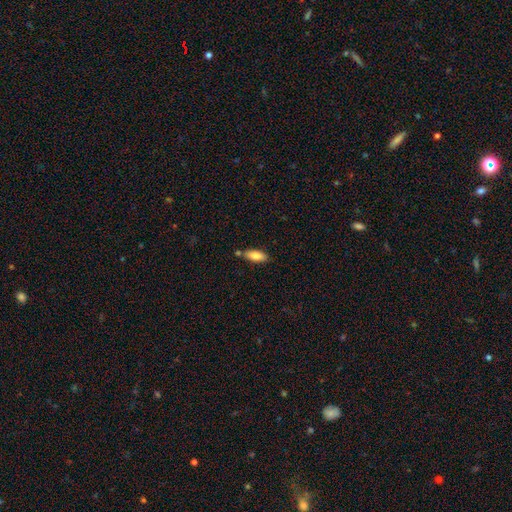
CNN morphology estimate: smooth 79%, featured or disk 14%, star or artifact 7%. Down the decision tree: how rounded — in between (76%); merging — none (74%).